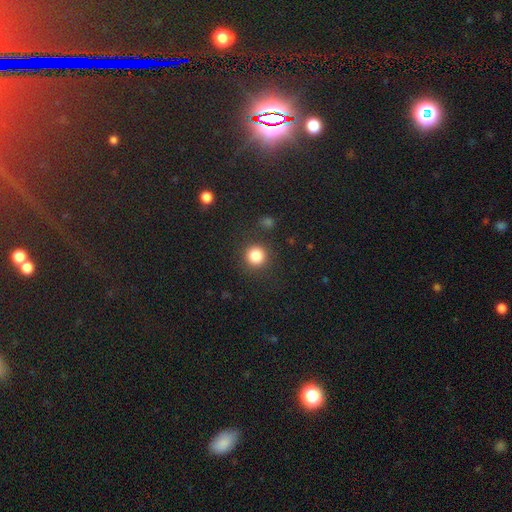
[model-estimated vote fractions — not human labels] smooth 84%, star or artifact 12%, featured or disk 5%. Down the decision tree: how rounded — round (93%); merging — none (87%).